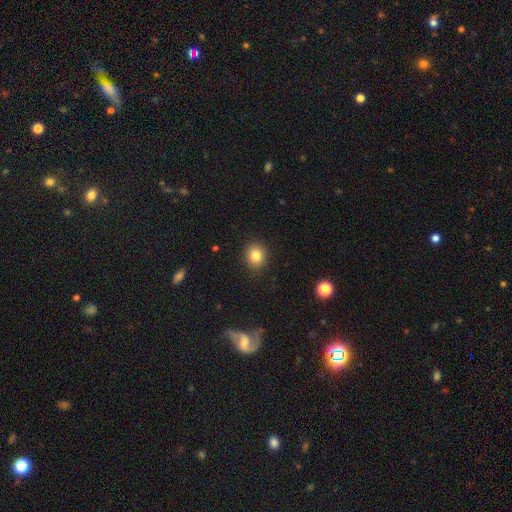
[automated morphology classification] The model was most divided on "how rounded": round: 80%, in between: 19%, cigar-shaped: 1%. More confident: merging — none (90%); smooth or featured — smooth (82%).